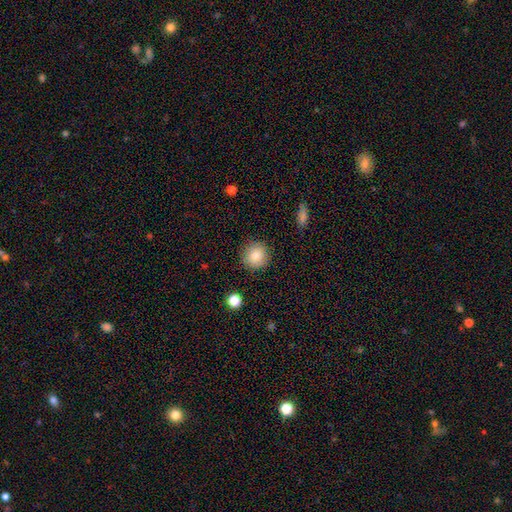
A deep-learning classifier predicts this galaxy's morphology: This appears to be a smooth galaxy with no disk features (86%) that is round (93%). Merging: none (88%).